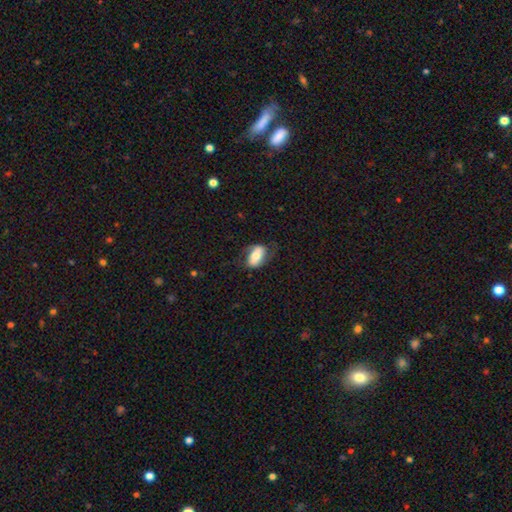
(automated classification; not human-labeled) Smooth or featured? smooth (52%)
How rounded? in between (89%)
Merging? none (61%)